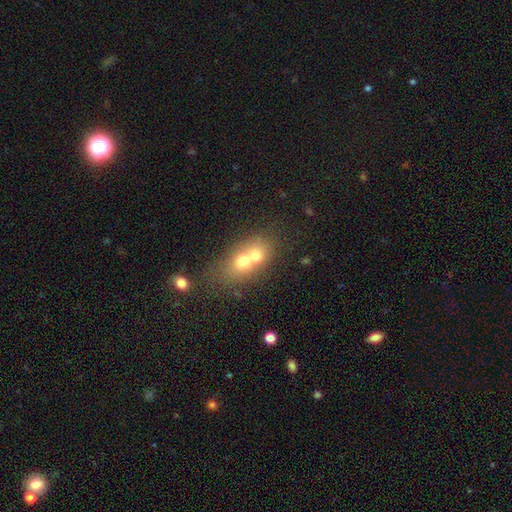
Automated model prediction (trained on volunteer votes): This appears to be a smooth galaxy with no disk features (64%) that is in between round and cigar-shaped (59%). Merging: merger (72%).